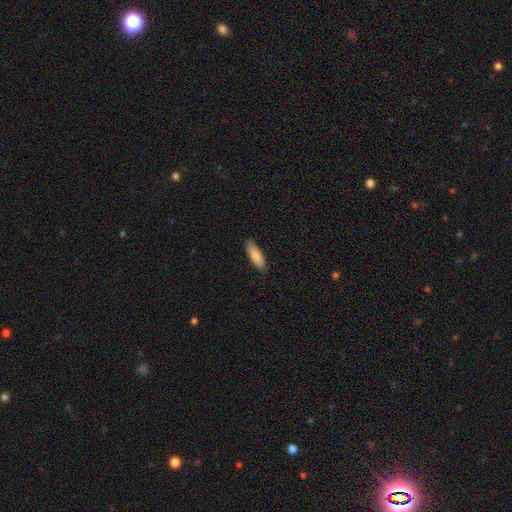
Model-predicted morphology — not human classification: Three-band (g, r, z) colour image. It shows a smooth galaxy with no disk features (81%) that is cigar-shaped (52%). Merging: none (86%).